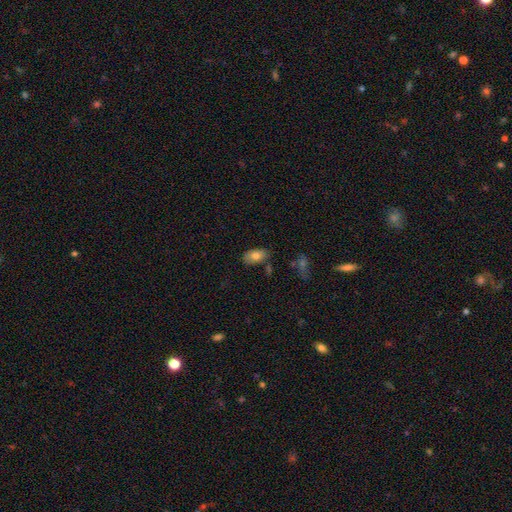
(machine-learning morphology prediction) This is likely a smooth galaxy (78%). How rounded: clearly in between (93%). Merging: likely none (73%).